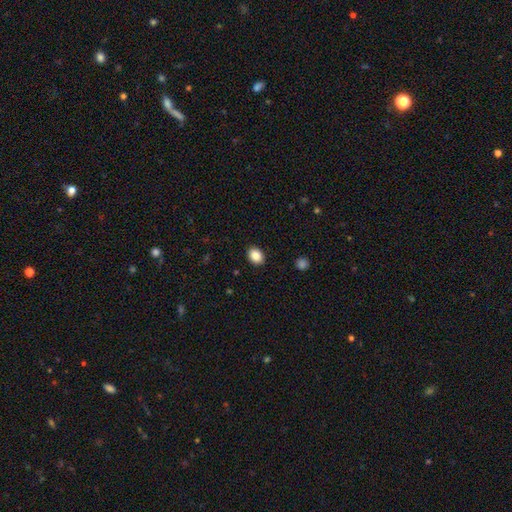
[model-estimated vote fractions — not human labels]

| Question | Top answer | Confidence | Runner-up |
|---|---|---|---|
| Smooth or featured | smooth | 87% | star or artifact (9%) |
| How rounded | in between | 61% | round (38%) |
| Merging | none | 90% | minor disturbance (7%) |